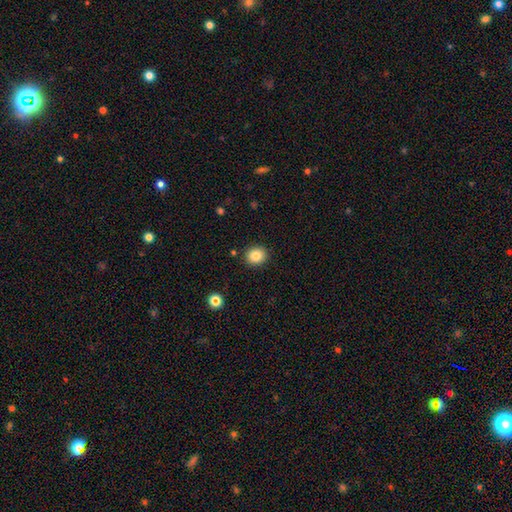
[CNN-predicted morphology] smooth-or-featured: smooth: 85% | star or artifact: 10% | featured or disk: 6%
  how-rounded: round: 76% | in between: 23% | cigar-shaped: 1%
  merging: none: 90% | minor disturbance: 7% | major disturbance: 2% | merger: 2%